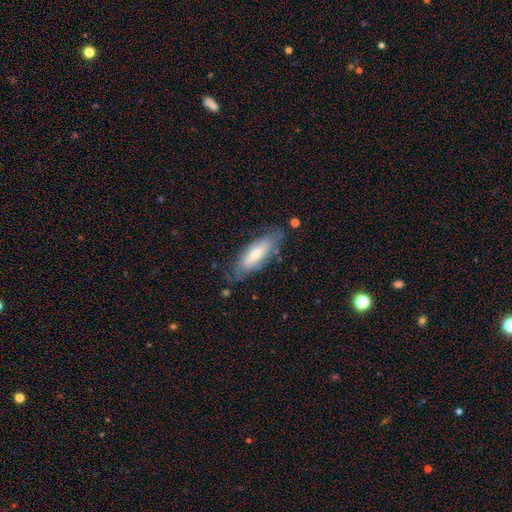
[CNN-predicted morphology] This appears to be a smooth galaxy with no disk features (58%) that is in between round and cigar-shaped (58%). Merging: none (77%).